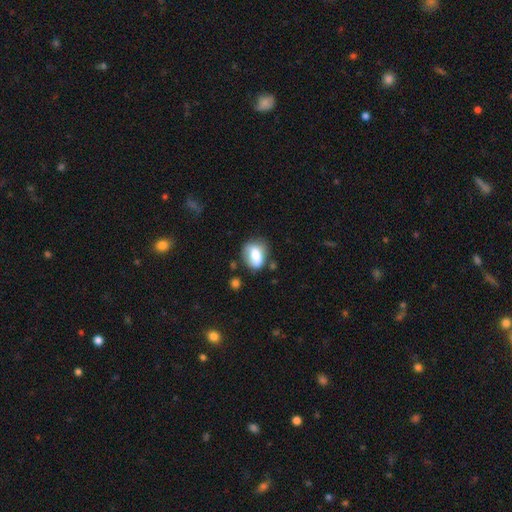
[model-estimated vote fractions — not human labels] Smooth or featured?
  - smooth: 75% *
  - featured or disk: 16%
  - star or artifact: 8%
How rounded?
  - in between: 68% *
  - round: 30%
  - cigar-shaped: 2%
Merging?
  - none: 58% *
  - minor disturbance: 26%
  - major disturbance: 9%
  - merger: 7%